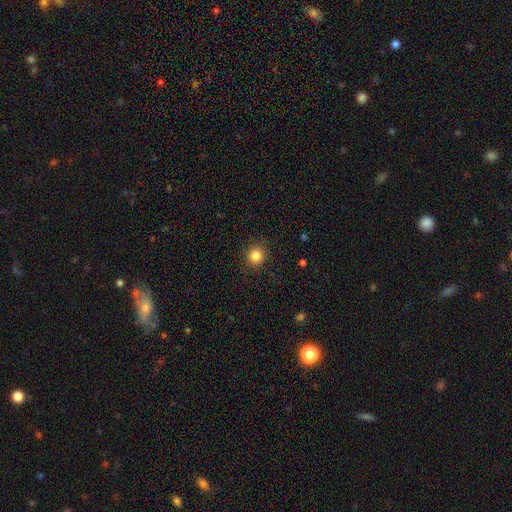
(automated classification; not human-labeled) Overall: smooth (84%). How rounded: round (89%). Merging: none (90%).